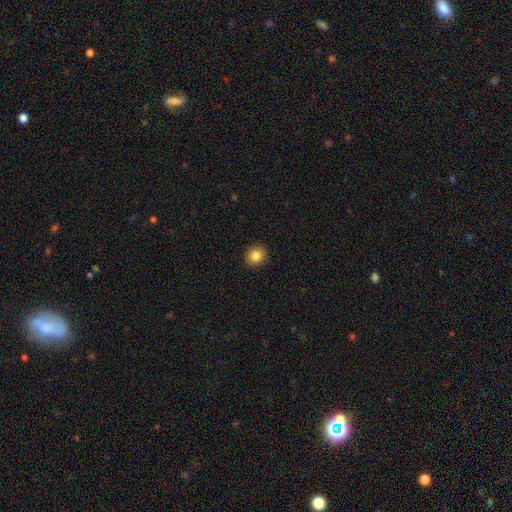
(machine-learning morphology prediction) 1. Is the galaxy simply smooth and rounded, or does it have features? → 84% smooth, 10% star or artifact, 6% featured or disk.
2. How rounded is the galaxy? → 81% round, 18% in between, 1% cigar-shaped.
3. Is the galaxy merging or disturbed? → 91% none, 6% minor disturbance, 2% major disturbance, 1% merger.